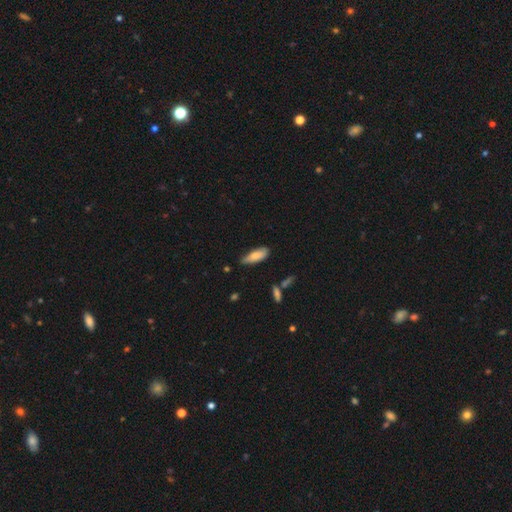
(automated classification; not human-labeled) smooth 75%, featured or disk 18%, star or artifact 6%. Down the decision tree: how rounded — in between (62%); merging — none (63%).